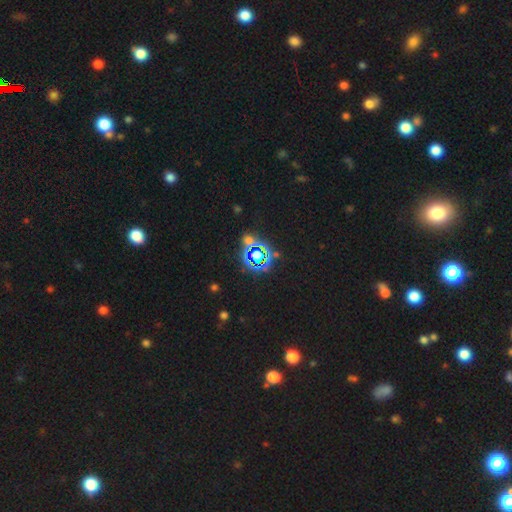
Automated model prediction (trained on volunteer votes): A star or artifact, not a galaxy (71%).

Vote fractions:
- Smooth or featured? star or artifact: 71% / smooth: 19% / featured or disk: 10%